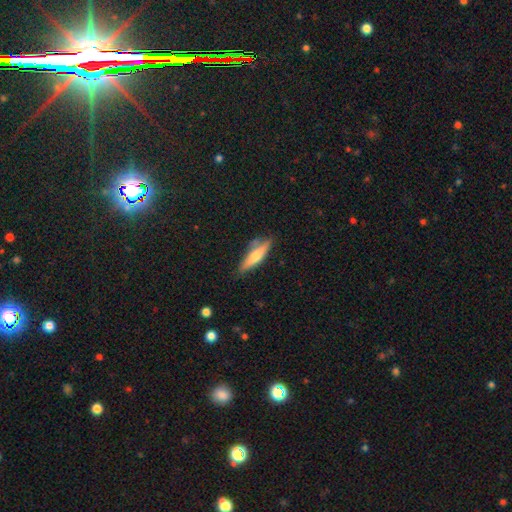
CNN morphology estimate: A smooth galaxy with no disk features (59%) that is cigar-shaped (78%). Merging: none (73%).